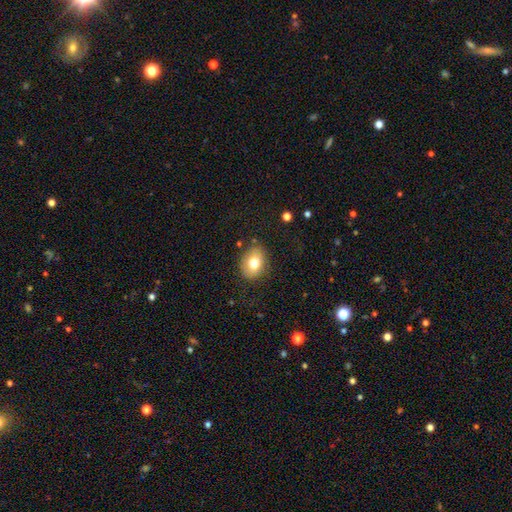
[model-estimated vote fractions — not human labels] A smooth galaxy with no disk features (74%) that is in between round and cigar-shaped (63%).

Vote fractions:
- Smooth or featured? smooth: 74% / featured or disk: 17% / star or artifact: 10%
- How rounded? in between: 63% / round: 36% / cigar-shaped: 1%
- Merging? none: 81% / minor disturbance: 13% / major disturbance: 4% / merger: 2%